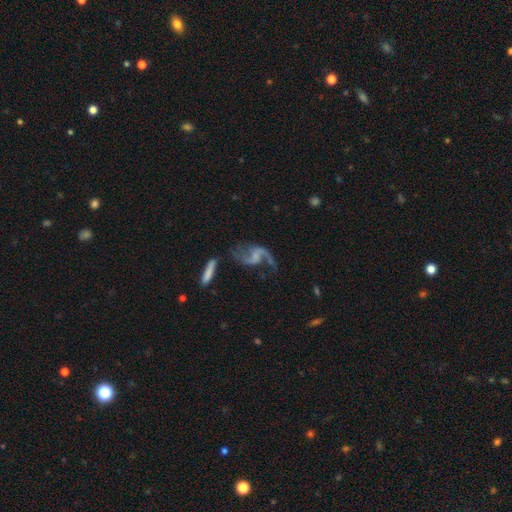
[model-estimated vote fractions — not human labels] Smooth or featured: featured or disk — 86% (smooth — 8%)
Edge-on disk: no — 97% (yes — 3%)
Bar: no — 44% (weak — 43%)
Spiral arms: yes — 93% (no — 7%)
Spiral winding: loose — 83% (medium — 15%)
Spiral arm count: 2 — 87% (1 — 8%)
Bulge size: none — 55% (small — 29%)
Merging: none — 54% (major disturbance — 20%)